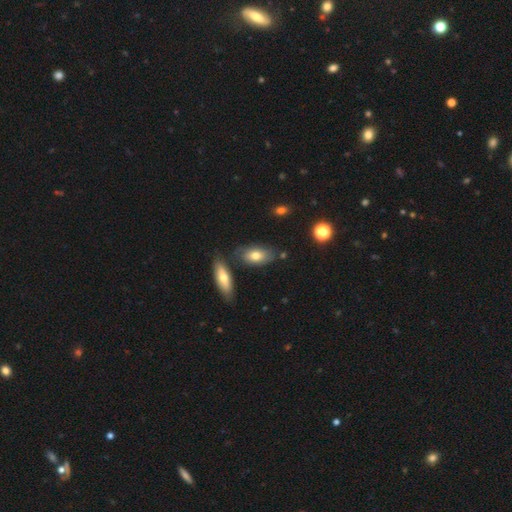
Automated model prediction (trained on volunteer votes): Smooth or featured?
  - smooth: 71% *
  - featured or disk: 21%
  - star or artifact: 8%
How rounded?
  - in between: 89% *
  - cigar-shaped: 6%
  - round: 5%
Merging?
  - none: 70% *
  - minor disturbance: 16%
  - merger: 10%
  - major disturbance: 4%